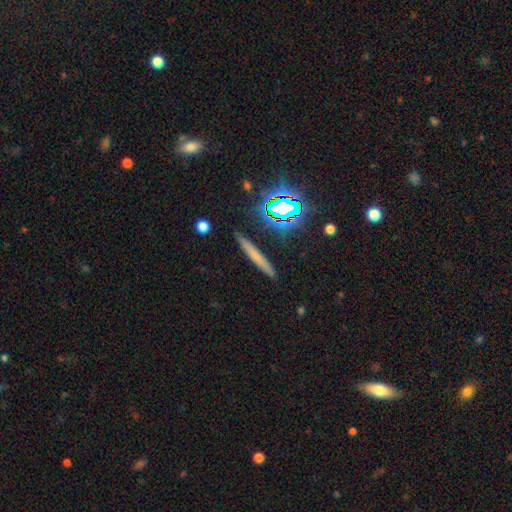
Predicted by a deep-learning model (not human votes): Smooth or featured: smooth — 54% (featured or disk — 29%)
How rounded: cigar-shaped — 93% (in between — 4%)
Merging: none — 88% (minor disturbance — 8%)